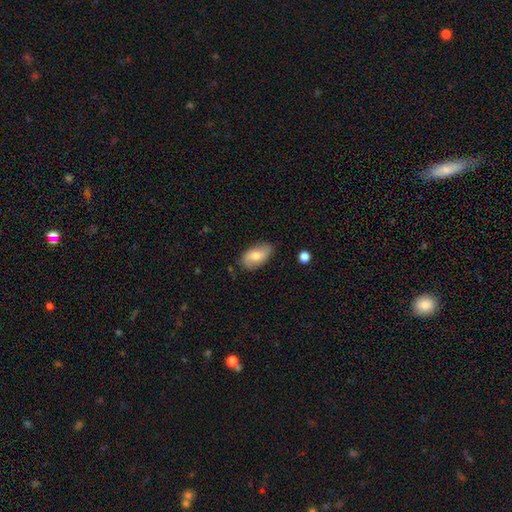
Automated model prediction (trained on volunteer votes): This appears to be a smooth galaxy with no disk features (62%) that is in between round and cigar-shaped (92%). Merging: none (77%).